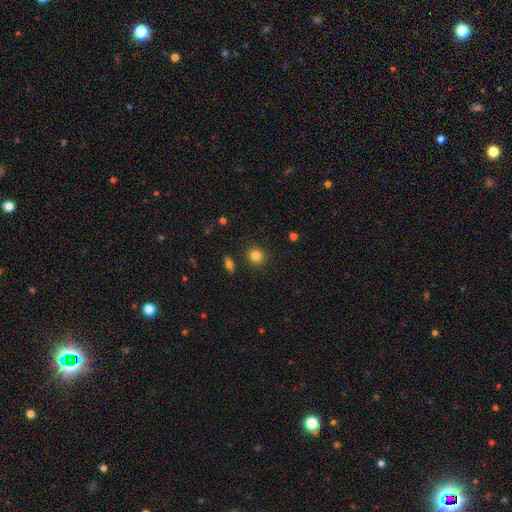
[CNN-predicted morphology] A smooth galaxy with no disk features (84%) that is round (89%). Merging: none (89%).